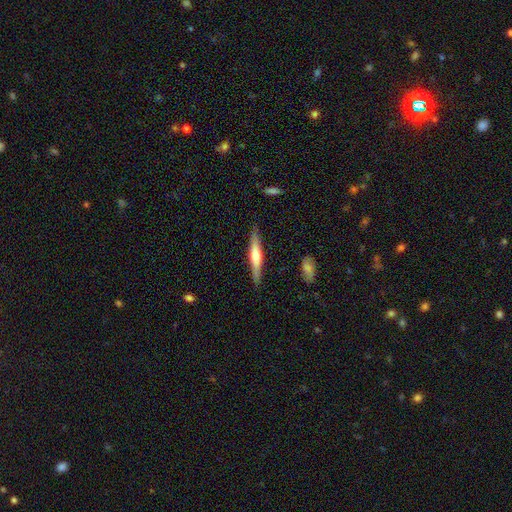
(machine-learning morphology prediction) Smooth or featured?
  - featured or disk: 56% *
  - smooth: 39%
  - star or artifact: 5%
Edge-on disk?
  - yes: 96% *
  - no: 4%
Edge-on bulge?
  - rounded: 83% *
  - none: 10%
  - boxy: 7%
Merging?
  - none: 88% *
  - minor disturbance: 9%
  - major disturbance: 2%
  - merger: 1%